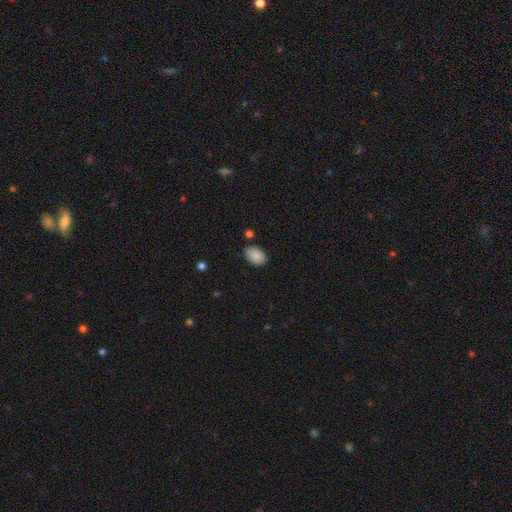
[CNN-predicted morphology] This appears to be a smooth galaxy with no disk features (87%) that is in between round and cigar-shaped (84%). Merging: none (75%).